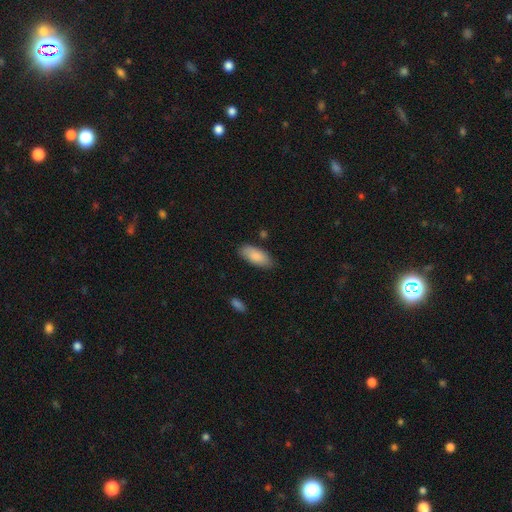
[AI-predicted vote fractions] This is clearly a smooth galaxy (86%). How rounded: clearly in between (85%). Merging: clearly none (82%).